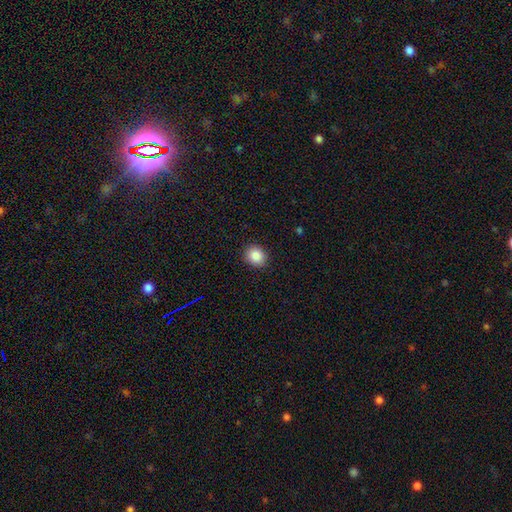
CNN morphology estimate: The model was most divided on "how rounded": round: 72%, in between: 27%, cigar-shaped: 1%. More confident: merging — none (90%); smooth or featured — smooth (87%).